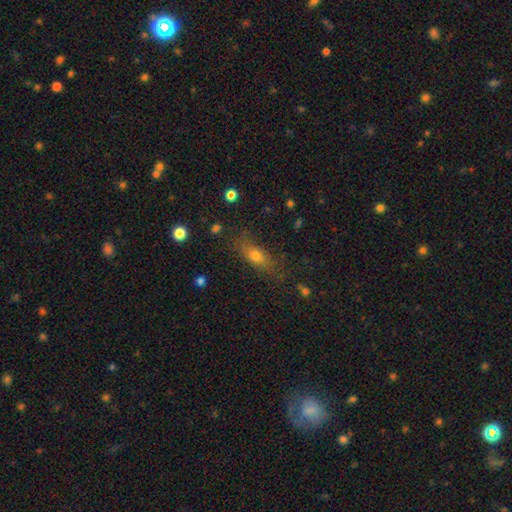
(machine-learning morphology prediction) The model was most divided on "how rounded": in between: 65%, cigar-shaped: 26%, round: 9%. More confident: merging — none (71%); smooth or featured — smooth (67%).